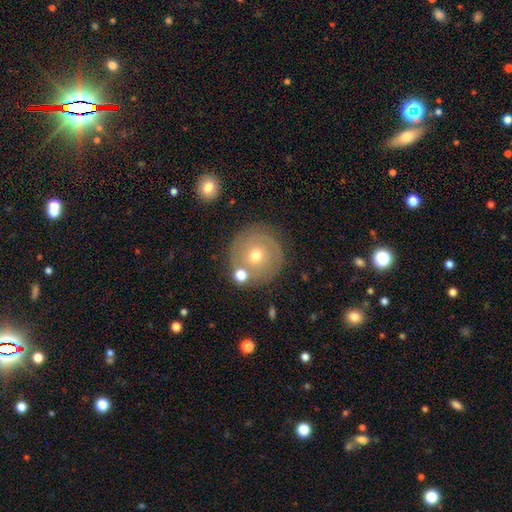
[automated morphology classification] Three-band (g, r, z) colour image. It shows a smooth galaxy with no disk features (48%). Merging: none (75%).